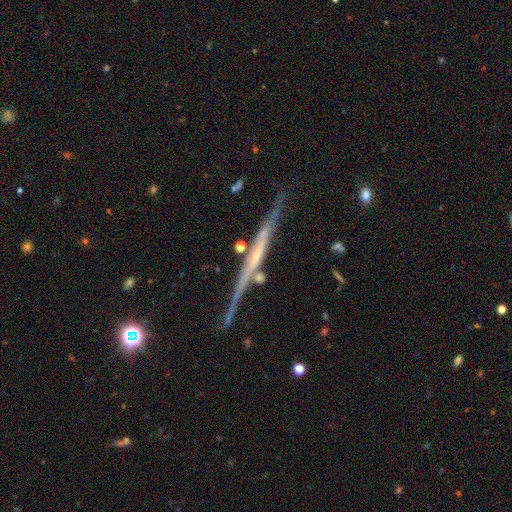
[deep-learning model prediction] featured or disk 77%, smooth 16%, star or artifact 7%. Down the decision tree: edge-on disk — yes (97%); edge-on bulge — none (64%); merging — none (81%).